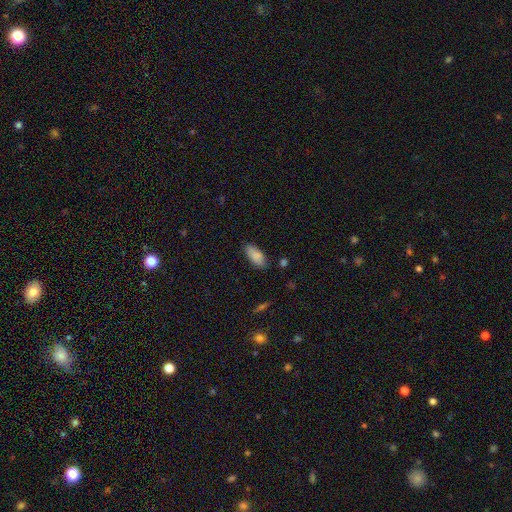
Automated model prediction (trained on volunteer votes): A smooth galaxy with no disk features (87%) that is in between round and cigar-shaped (86%).

Vote fractions:
- Smooth or featured? smooth: 87% / star or artifact: 7% / featured or disk: 6%
- How rounded? in between: 86% / cigar-shaped: 13% / round: 2%
- Merging? none: 84% / minor disturbance: 12% / major disturbance: 2% / merger: 2%